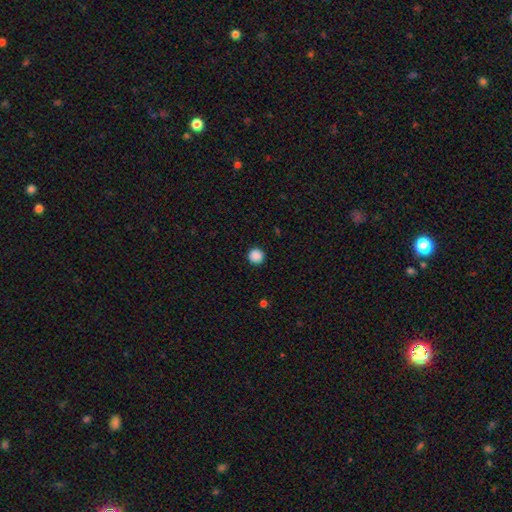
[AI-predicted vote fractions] The model was most divided on "smooth or featured": smooth: 88%, star or artifact: 10%, featured or disk: 2%. More confident: how rounded — round (96%); merging — none (92%).